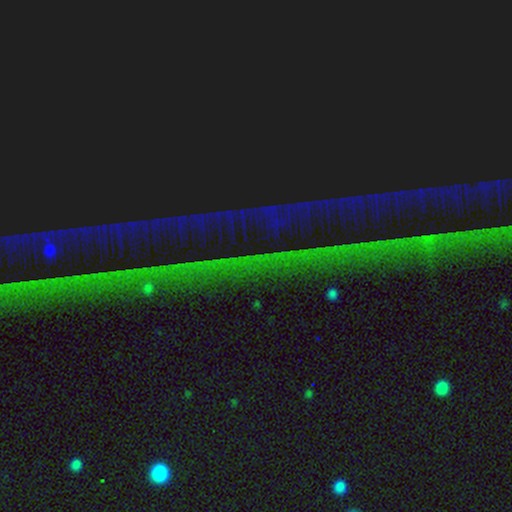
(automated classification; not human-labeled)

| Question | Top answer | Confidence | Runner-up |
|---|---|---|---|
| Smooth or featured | star or artifact | 80% | featured or disk (11%) |